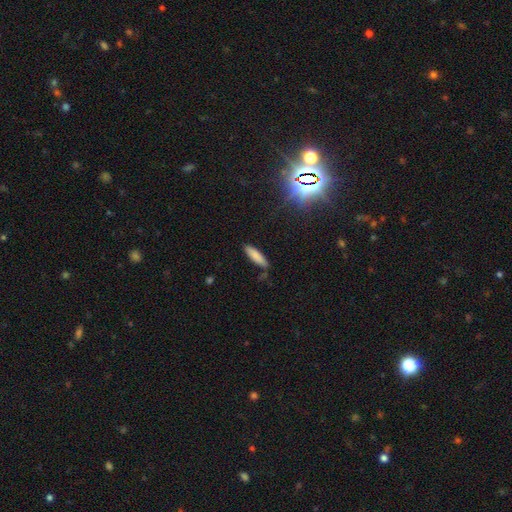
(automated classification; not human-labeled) The model was most divided on "how rounded": cigar-shaped: 65%, in between: 33%, round: 2%. More confident: smooth or featured — smooth (82%); merging — none (76%).